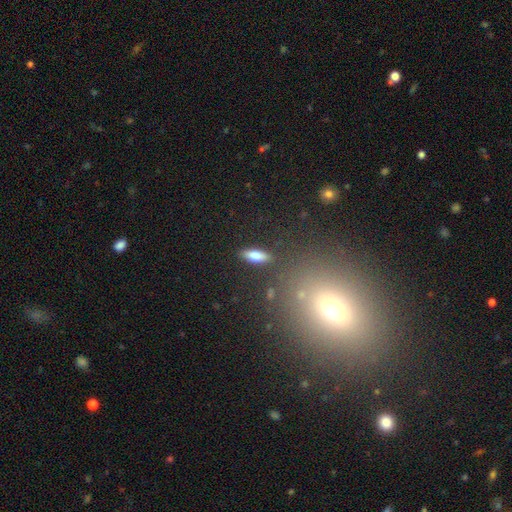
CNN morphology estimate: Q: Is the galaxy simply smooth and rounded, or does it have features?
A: smooth — 76%.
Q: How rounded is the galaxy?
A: in between — 60%.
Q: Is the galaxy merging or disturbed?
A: none — 86%.